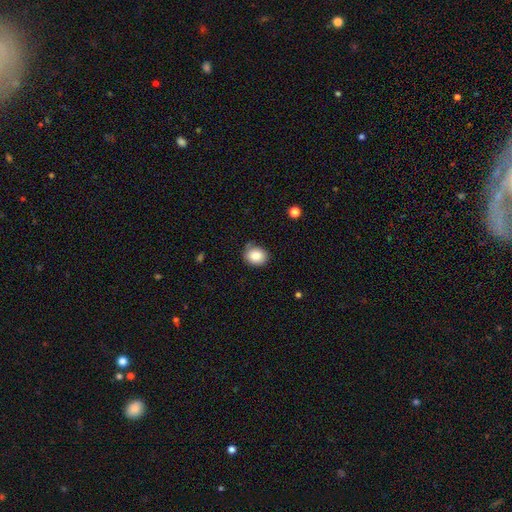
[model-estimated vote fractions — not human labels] A smooth galaxy with no disk features (85%) that is round (61%).

Vote fractions:
- Smooth or featured? smooth: 85% / star or artifact: 9% / featured or disk: 6%
- How rounded? round: 61% / in between: 38% / cigar-shaped: 1%
- Merging? none: 74% / minor disturbance: 19% / major disturbance: 4% / merger: 3%